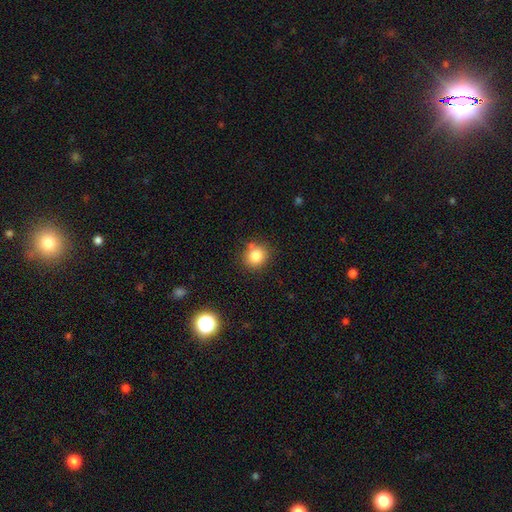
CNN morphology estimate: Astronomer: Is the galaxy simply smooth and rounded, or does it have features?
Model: smooth — 82%.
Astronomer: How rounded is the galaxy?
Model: round — 82%.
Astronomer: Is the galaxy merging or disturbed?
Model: none — 78%.